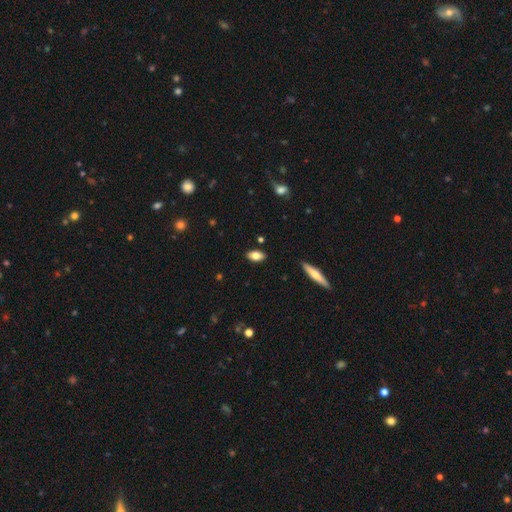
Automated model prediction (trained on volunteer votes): Q: Smooth or featured?
A: smooth (79%); runner-up: featured or disk (13%)
Q: How rounded?
A: in between (89%); runner-up: cigar-shaped (7%)
Q: Merging?
A: none (87%); runner-up: minor disturbance (10%)